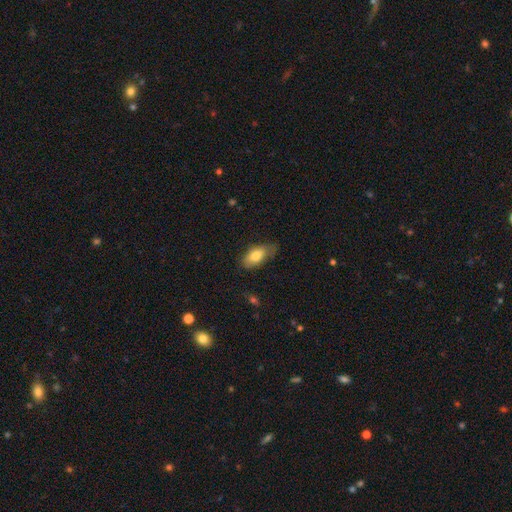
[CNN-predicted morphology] A smooth galaxy with no disk features (79%) that is in between round and cigar-shaped (89%).

Vote fractions:
- Smooth or featured? smooth: 79% / featured or disk: 14% / star or artifact: 6%
- How rounded? in between: 89% / cigar-shaped: 8% / round: 3%
- Merging? none: 58% / minor disturbance: 32% / major disturbance: 8% / merger: 2%